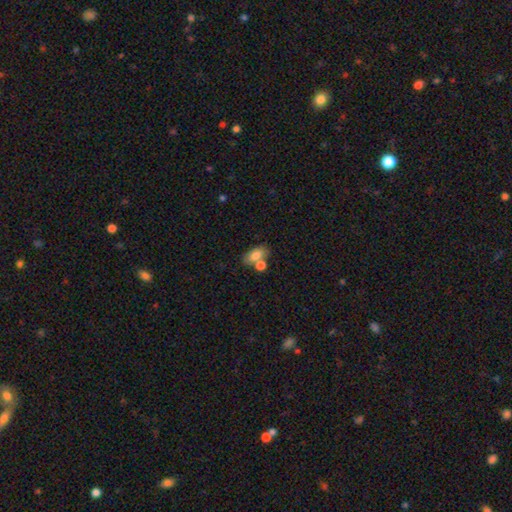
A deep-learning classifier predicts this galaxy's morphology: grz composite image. It shows a smooth galaxy with no disk features (78%) that is in between round and cigar-shaped (86%). Merging: none (50%).